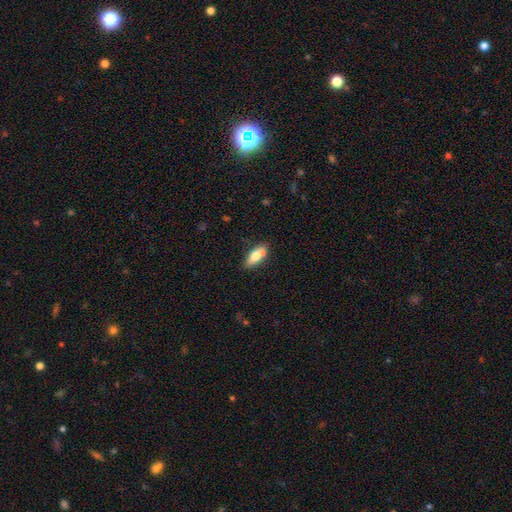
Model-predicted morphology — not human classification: Smooth or featured? smooth (72%)
How rounded? in between (74%)
Merging? none (71%)